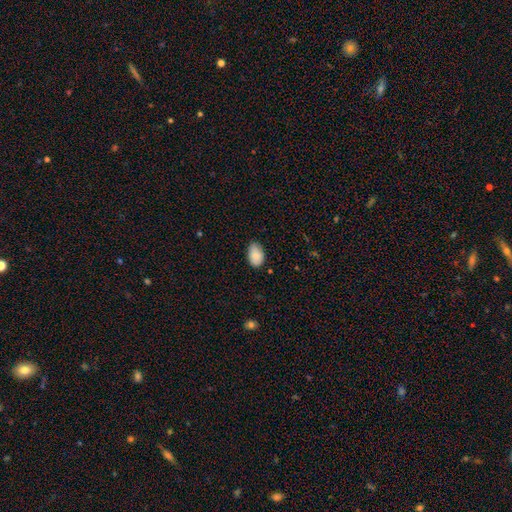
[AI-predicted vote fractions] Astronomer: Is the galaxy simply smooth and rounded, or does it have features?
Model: smooth — 84%.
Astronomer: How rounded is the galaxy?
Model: in between — 91%.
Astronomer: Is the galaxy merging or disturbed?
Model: none — 75%.